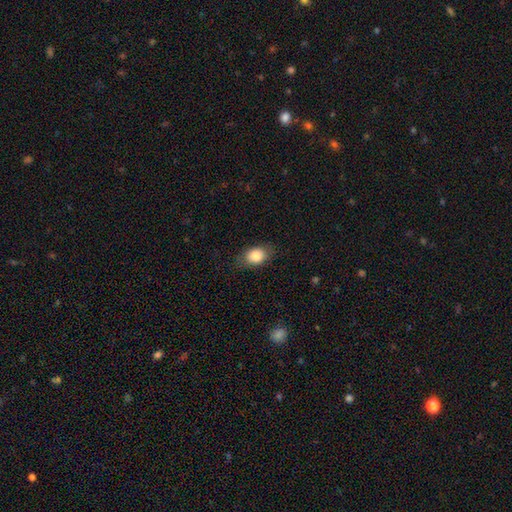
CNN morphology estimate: This is clearly a smooth galaxy (84%). How rounded: likely in between (74%). Merging: likely none (79%).